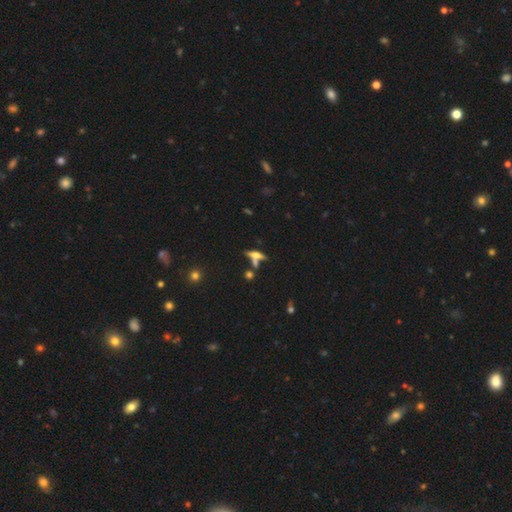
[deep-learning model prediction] This appears to be a featured or disk galaxy (48%). Merging: none (54%).